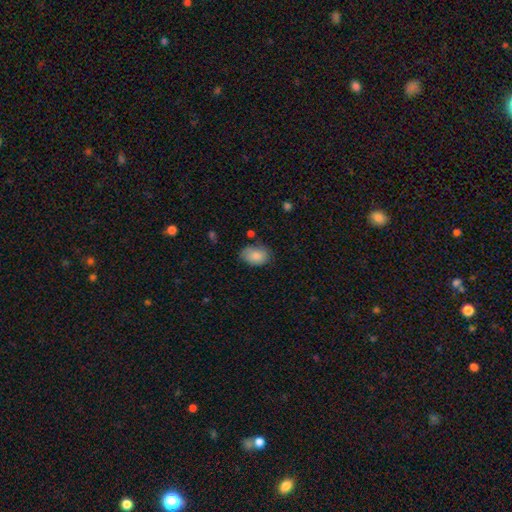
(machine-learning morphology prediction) The model was most divided on "merging": none: 69%, minor disturbance: 23%, major disturbance: 5%, merger: 3%. More confident: smooth or featured — smooth (86%); how rounded — in between (83%).